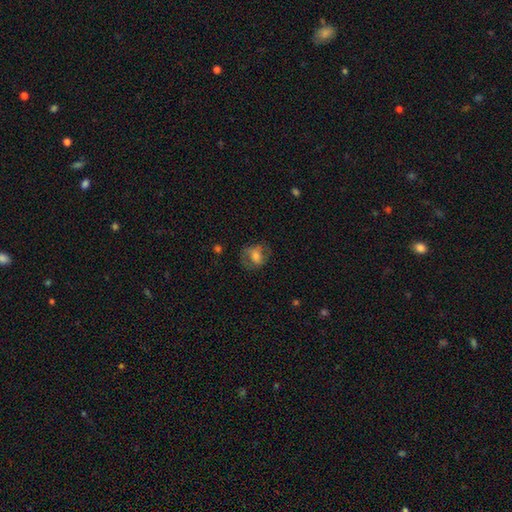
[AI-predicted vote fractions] The model was most divided on "how rounded": in between: 52%, round: 46%, cigar-shaped: 2%. More confident: merging — none (61%); smooth or featured — smooth (55%).